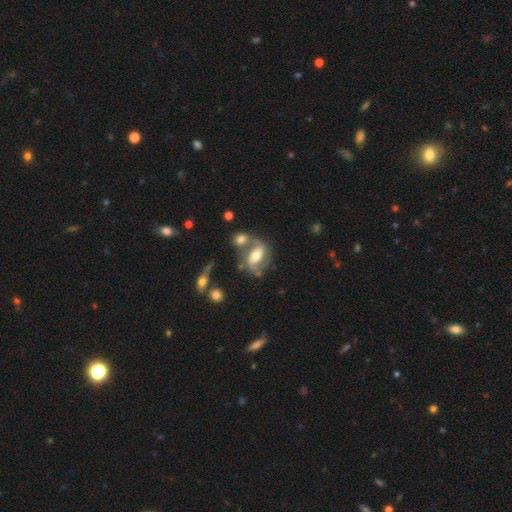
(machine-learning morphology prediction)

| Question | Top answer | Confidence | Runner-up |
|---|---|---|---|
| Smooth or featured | featured or disk | 79% | smooth (15%) |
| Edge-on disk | no | 95% | yes (5%) |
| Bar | strong | 41% | weak (37%) |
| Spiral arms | yes | 90% | no (10%) |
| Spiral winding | medium | 49% | loose (32%) |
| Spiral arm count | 2 | 88% | can't tell (5%) |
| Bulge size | moderate | 69% | small (15%) |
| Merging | none | 48% | merger (28%) |